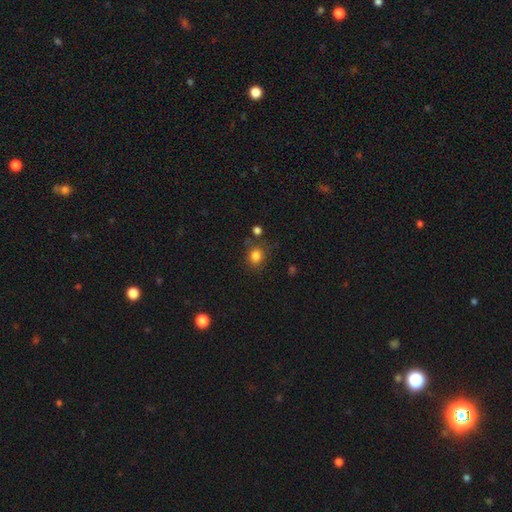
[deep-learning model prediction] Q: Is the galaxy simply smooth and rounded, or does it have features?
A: smooth — 82%.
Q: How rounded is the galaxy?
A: round — 67%.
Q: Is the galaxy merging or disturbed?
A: none — 73%.